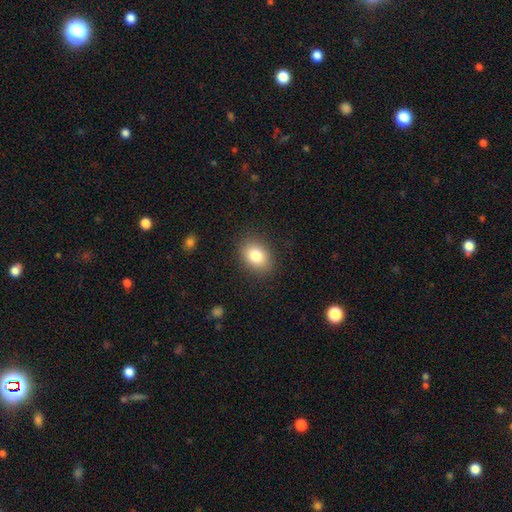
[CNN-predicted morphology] A smooth galaxy with no disk features (82%) that is in between round and cigar-shaped (66%). Merging: none (87%).